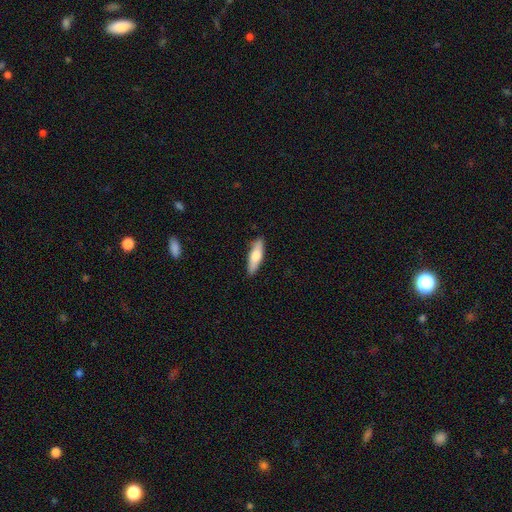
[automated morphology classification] Smooth or featured?
  - smooth: 69% *
  - featured or disk: 25%
  - star or artifact: 5%
How rounded?
  - cigar-shaped: 59% *
  - in between: 39%
  - round: 2%
Merging?
  - none: 89% *
  - minor disturbance: 8%
  - major disturbance: 2%
  - merger: 1%